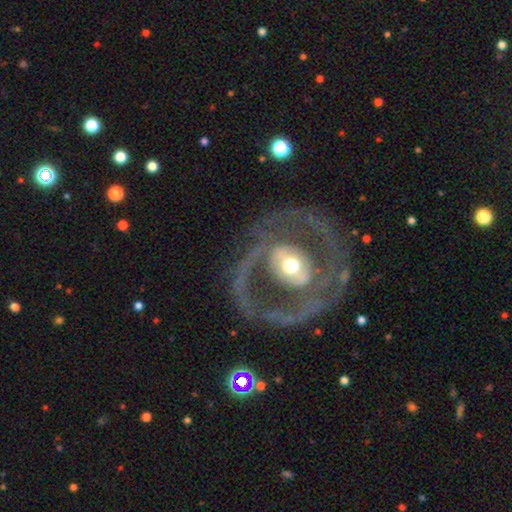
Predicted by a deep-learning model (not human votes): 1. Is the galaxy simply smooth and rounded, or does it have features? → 83% featured or disk, 12% smooth, 5% star or artifact.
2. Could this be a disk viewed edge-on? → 96% no, 4% yes.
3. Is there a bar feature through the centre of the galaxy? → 49% no, 28% weak, 24% strong.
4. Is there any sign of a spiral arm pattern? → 59% yes, 41% no.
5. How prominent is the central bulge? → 64% moderate, 19% small, 14% large, 2% dominant, 1% none.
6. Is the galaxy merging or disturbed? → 71% none, 14% major disturbance, 13% minor disturbance, 2% merger.